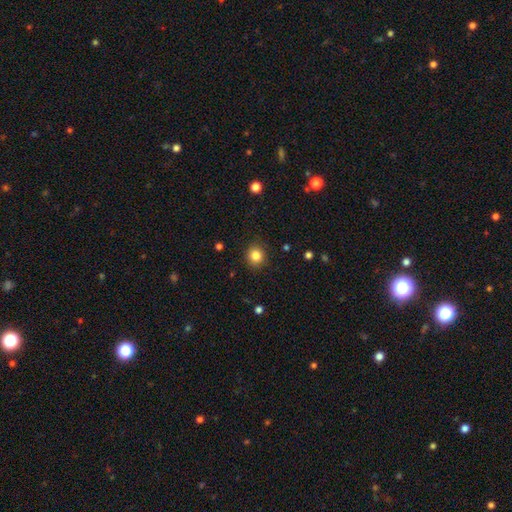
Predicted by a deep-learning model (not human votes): Q: Smooth or featured?
A: smooth (84%); runner-up: star or artifact (11%)
Q: How rounded?
A: round (85%); runner-up: in between (14%)
Q: Merging?
A: none (89%); runner-up: minor disturbance (8%)